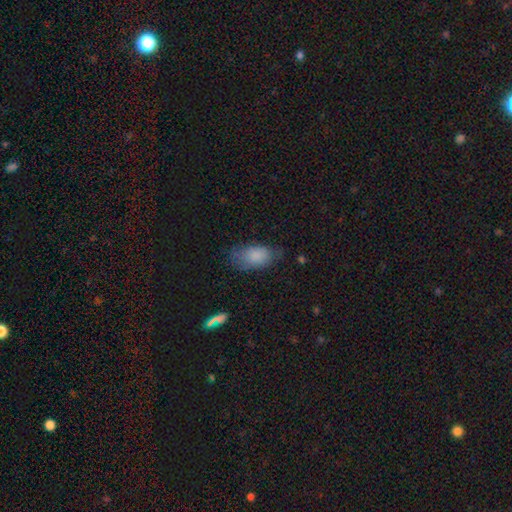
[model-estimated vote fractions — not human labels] smooth 83%, featured or disk 9%, star or artifact 8%. Down the decision tree: how rounded — in between (91%); merging — none (62%).